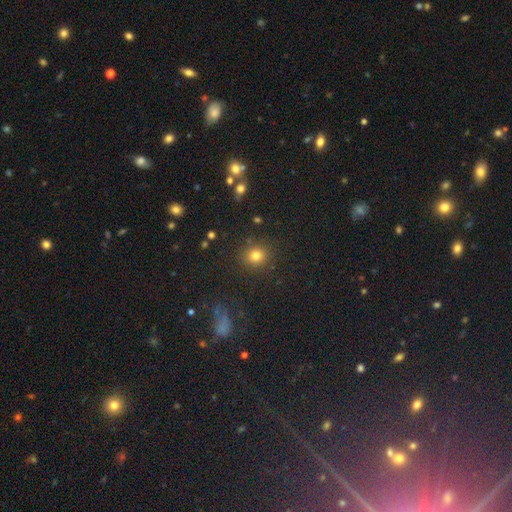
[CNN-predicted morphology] smooth_or_featured: smooth (p=0.78) [alt: star or artifact p=0.15]
how_rounded: round (p=0.87) [alt: in between p=0.12]
merging: none (p=0.87) [alt: minor disturbance p=0.08]